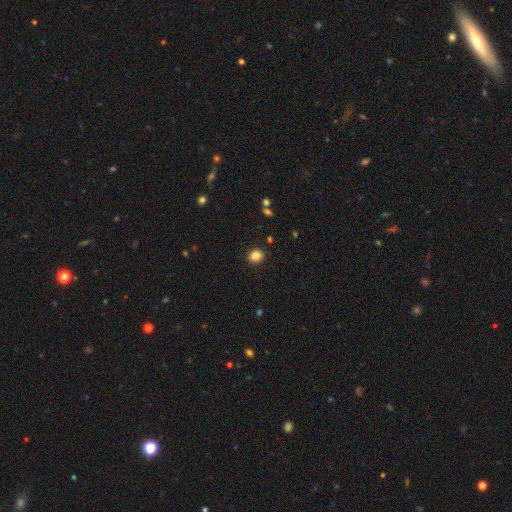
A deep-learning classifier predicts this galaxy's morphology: smooth_or_featured: smooth (p=0.85) [alt: star or artifact p=0.10]
how_rounded: round (p=0.61) [alt: in between p=0.38]
merging: none (p=0.90) [alt: minor disturbance p=0.07]